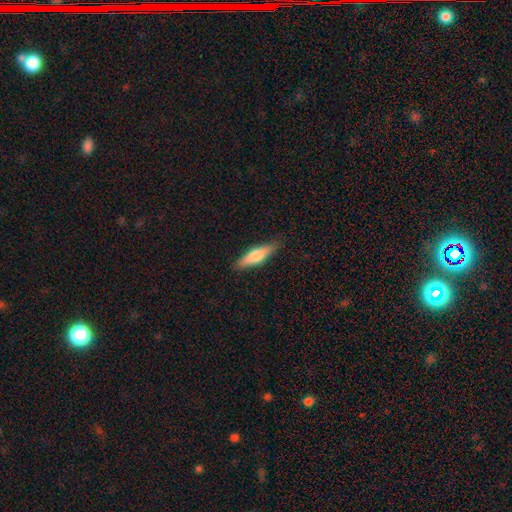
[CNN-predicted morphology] The model was most divided on "how rounded": cigar-shaped: 68%, in between: 31%, round: 2%. More confident: merging — none (88%); smooth or featured — smooth (67%).